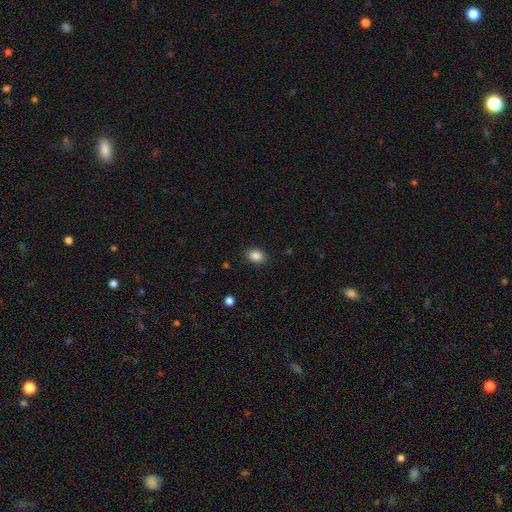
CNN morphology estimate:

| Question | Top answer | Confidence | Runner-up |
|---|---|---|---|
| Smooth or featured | smooth | 87% | star or artifact (9%) |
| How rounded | in between | 75% | round (24%) |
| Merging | none | 87% | minor disturbance (9%) |